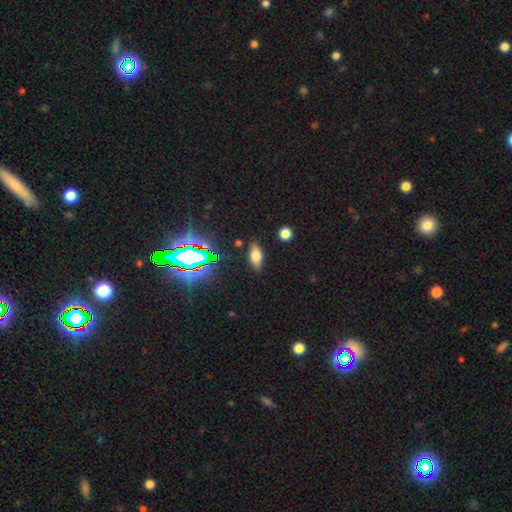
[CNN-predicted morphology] Smooth or featured? smooth (66%)
How rounded? in between (82%)
Merging? none (83%)